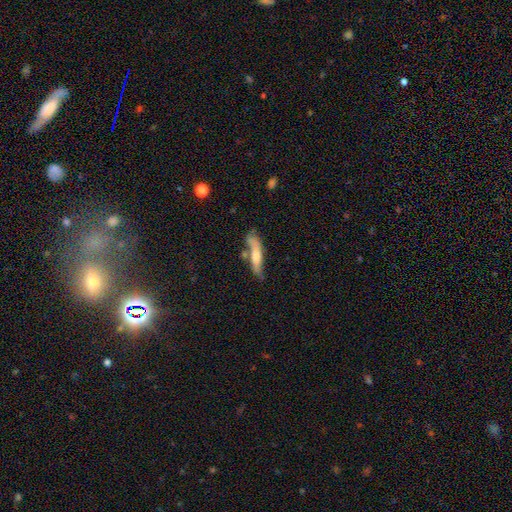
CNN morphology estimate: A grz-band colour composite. It shows a smooth galaxy with no disk features (51%) that is cigar-shaped (78%). Merging: none (53%).